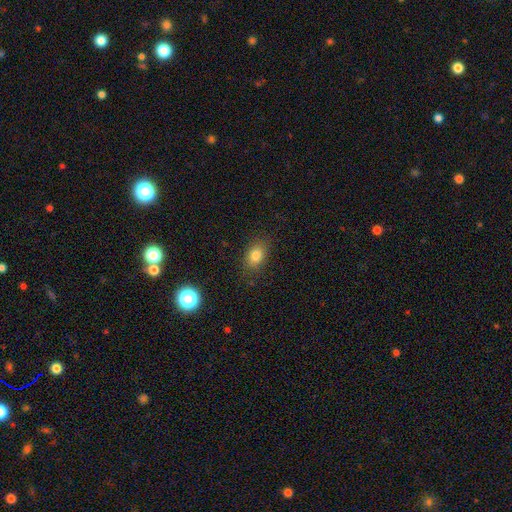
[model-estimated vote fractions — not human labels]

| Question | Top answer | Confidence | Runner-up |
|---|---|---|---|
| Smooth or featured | smooth | 80% | star or artifact (12%) |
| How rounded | in between | 75% | round (23%) |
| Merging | none | 84% | minor disturbance (11%) |